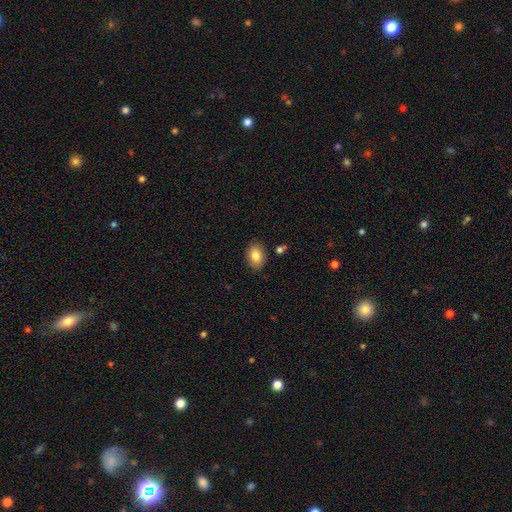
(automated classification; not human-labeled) smooth 84%, featured or disk 8%, star or artifact 8%. Down the decision tree: how rounded — in between (83%); merging — none (85%).